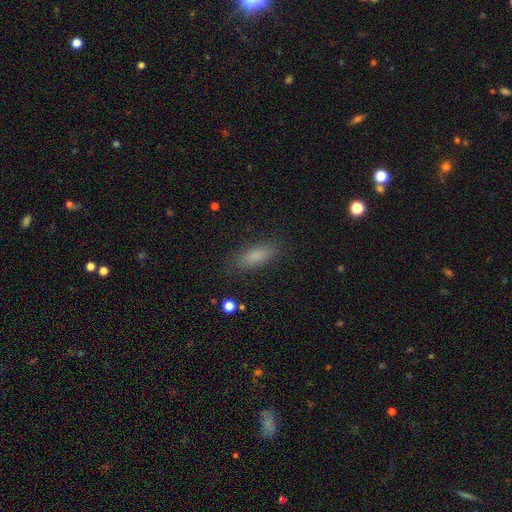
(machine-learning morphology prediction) Smooth or featured? Predicted: smooth (p=0.83). How rounded? Predicted: in between (p=0.61). Merging? Predicted: none (p=0.85).